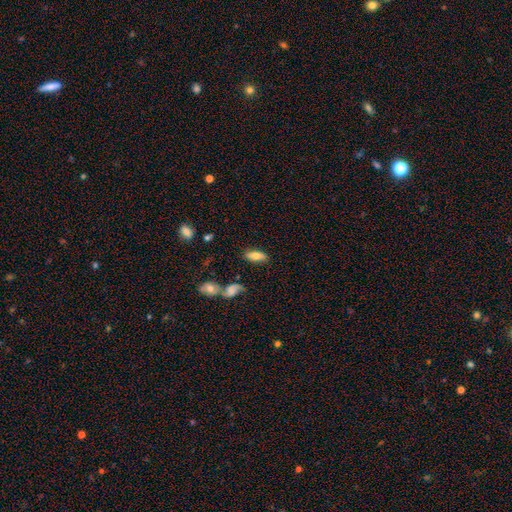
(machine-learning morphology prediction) Smooth or featured?
  - smooth: 71% *
  - featured or disk: 21%
  - star or artifact: 8%
How rounded?
  - in between: 81% *
  - cigar-shaped: 16%
  - round: 3%
Merging?
  - none: 79% *
  - minor disturbance: 13%
  - merger: 4%
  - major disturbance: 4%